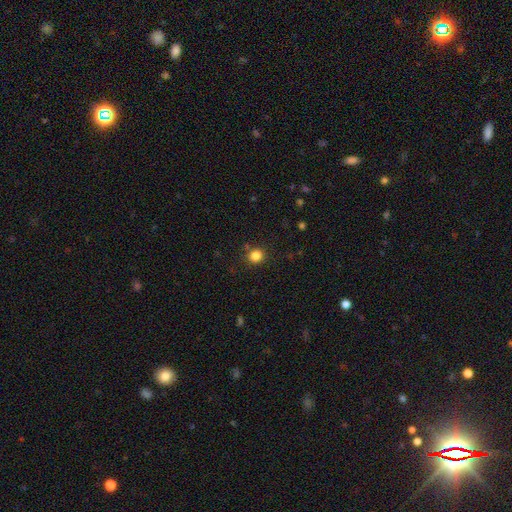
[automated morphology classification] Smooth or featured?
  - smooth: 83% *
  - star or artifact: 13%
  - featured or disk: 4%
How rounded?
  - round: 85% *
  - in between: 14%
  - cigar-shaped: 1%
Merging?
  - none: 86% *
  - minor disturbance: 8%
  - merger: 3%
  - major disturbance: 3%